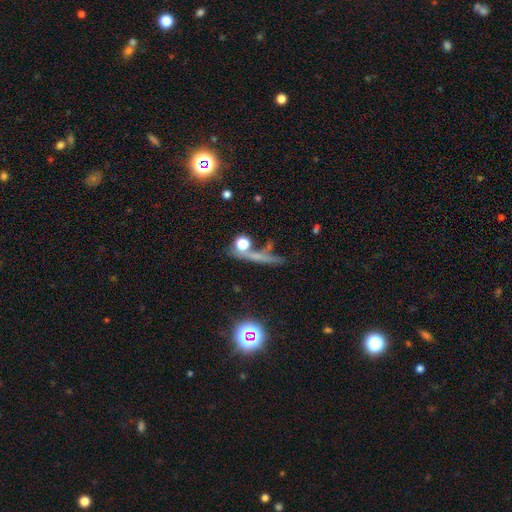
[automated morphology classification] A smooth galaxy with no disk features (46%).

Vote fractions:
- Smooth or featured? smooth: 46% / featured or disk: 29% / star or artifact: 25%
- Merging? none: 67% / minor disturbance: 15% / merger: 10% / major disturbance: 8%